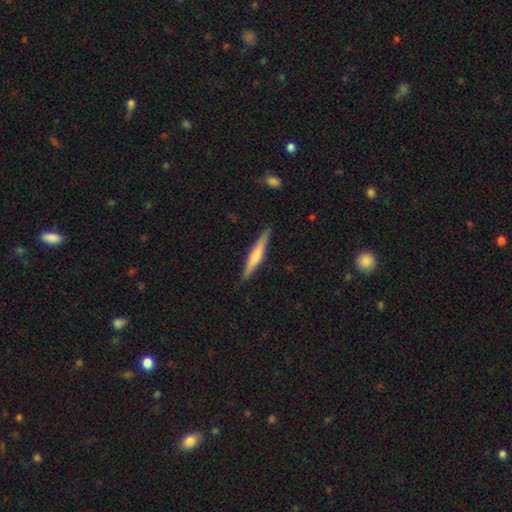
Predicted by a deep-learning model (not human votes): Smooth or featured: smooth — 52% (featured or disk — 43%)
How rounded: cigar-shaped — 93% (in between — 6%)
Merging: none — 89% (minor disturbance — 8%)